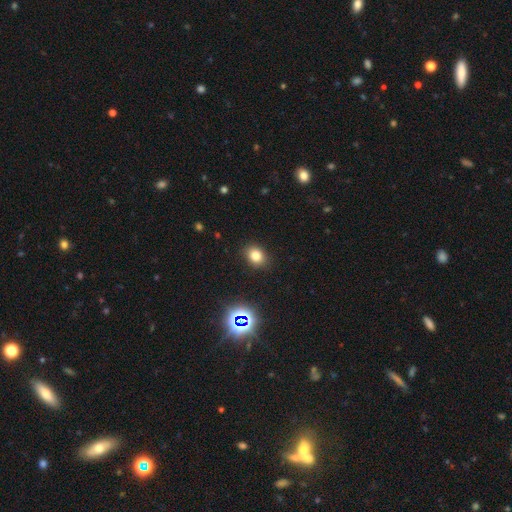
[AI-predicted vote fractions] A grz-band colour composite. It shows a smooth galaxy with no disk features (77%) that is in between round and cigar-shaped (53%). Merging: none (88%).